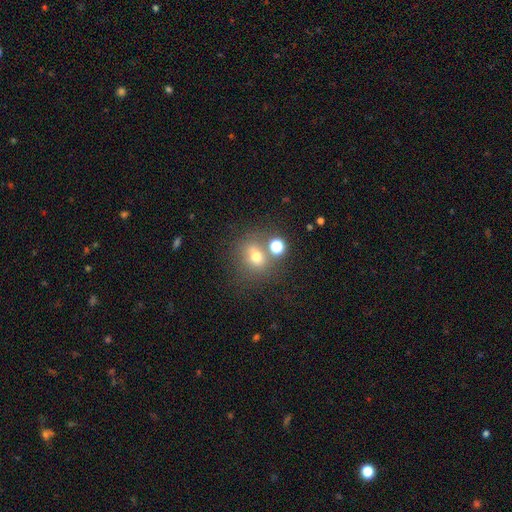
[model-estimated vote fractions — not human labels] smooth_or_featured: smooth (p=0.68) [alt: star or artifact p=0.18]
how_rounded: round (p=0.70) [alt: in between p=0.29]
merging: none (p=0.60) [alt: merger p=0.22]